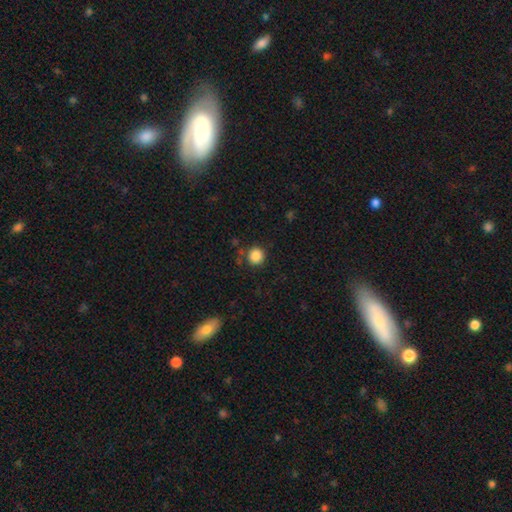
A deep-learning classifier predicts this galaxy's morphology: Smooth or featured?
  - smooth: 87% *
  - star or artifact: 10%
  - featured or disk: 3%
How rounded?
  - round: 92% *
  - in between: 7%
  - cigar-shaped: 1%
Merging?
  - none: 83% *
  - minor disturbance: 9%
  - merger: 4%
  - major disturbance: 4%